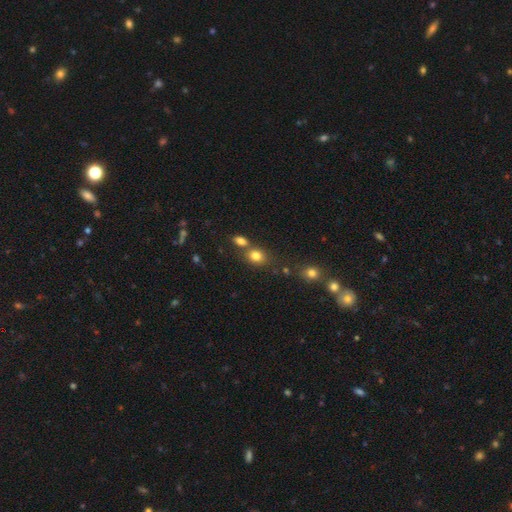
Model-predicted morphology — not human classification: This appears to be a smooth galaxy with no disk features (80%) that is in between round and cigar-shaped (50%). Merging: none (54%).